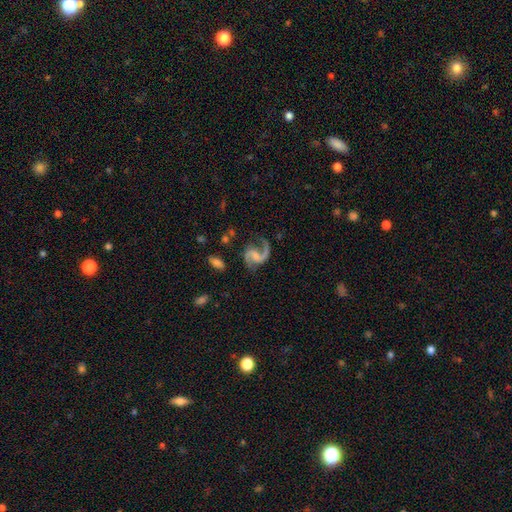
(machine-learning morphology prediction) Smooth or featured? featured or disk (89%)
Edge-on disk? no (98%)
Bar? weak (45%)
Spiral arms? yes (97%)
Spiral winding? loose (51%)
Spiral arm count? 2 (80%)
Bulge size? small (38%)
Merging? none (62%)